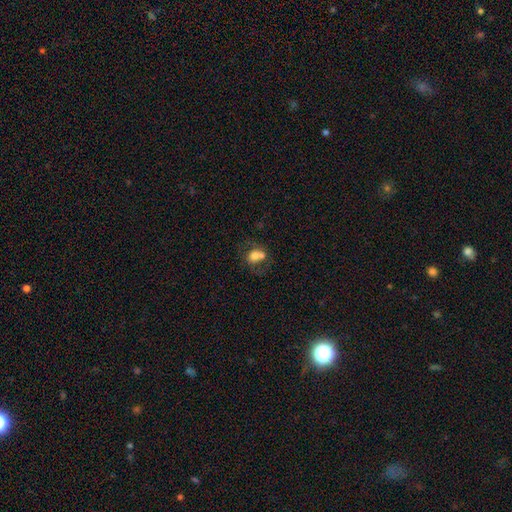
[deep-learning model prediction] smooth 66%, featured or disk 24%, star or artifact 10%. Down the decision tree: how rounded — round (62%); merging — merger (53%).